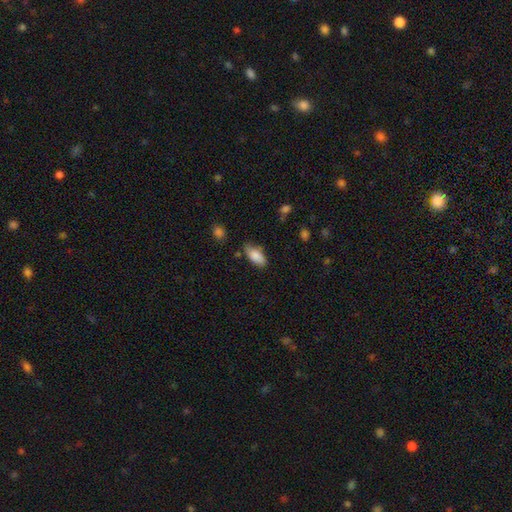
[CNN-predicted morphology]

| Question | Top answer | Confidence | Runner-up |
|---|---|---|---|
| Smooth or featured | smooth | 84% | featured or disk (9%) |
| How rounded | in between | 89% | cigar-shaped (9%) |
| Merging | none | 70% | minor disturbance (22%) |